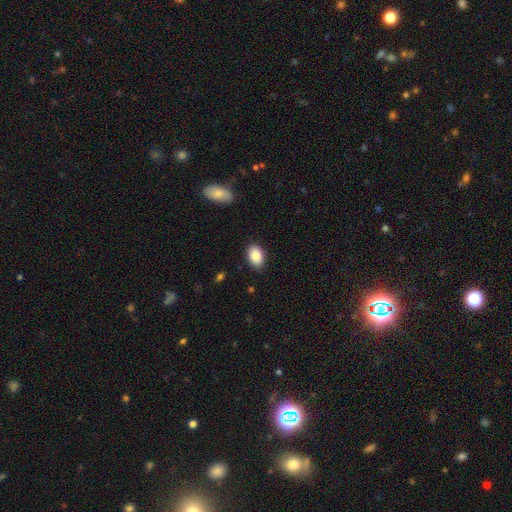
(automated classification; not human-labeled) smooth_or_featured: smooth (p=0.85) [alt: featured or disk p=0.08]
how_rounded: in between (p=0.86) [alt: round p=0.13]
merging: none (p=0.87) [alt: minor disturbance p=0.10]